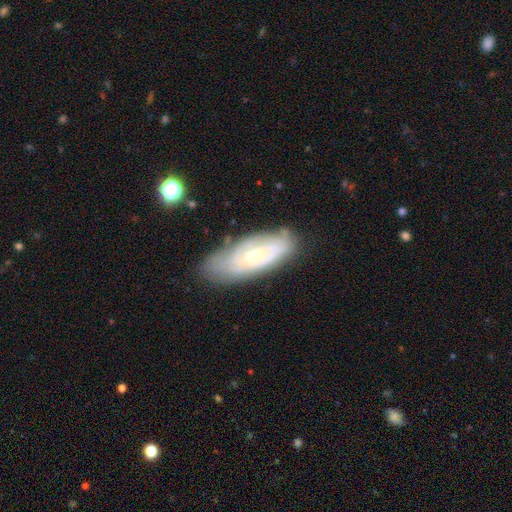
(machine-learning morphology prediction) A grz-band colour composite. It shows a featured or disk galaxy (68%) with no bar (63%), spiral arms (77%) and a small central bulge (65%). Merging: none (70%).